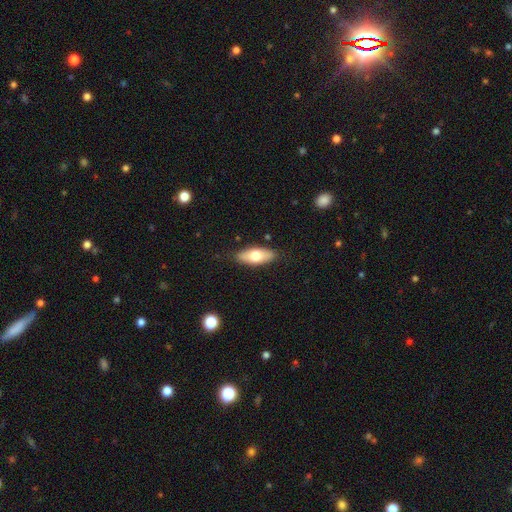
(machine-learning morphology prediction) A smooth galaxy with no disk features (68%) that is in between round and cigar-shaped (82%).

Vote fractions:
- Smooth or featured? smooth: 68% / featured or disk: 26% / star or artifact: 6%
- How rounded? in between: 82% / cigar-shaped: 16% / round: 3%
- Merging? none: 85% / minor disturbance: 12% / major disturbance: 2% / merger: 1%